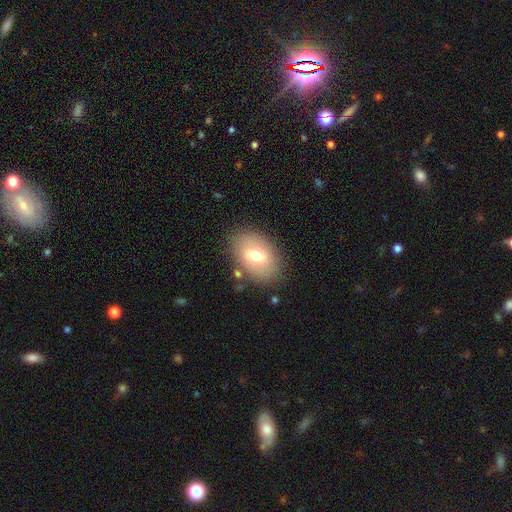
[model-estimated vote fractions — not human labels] Smooth or featured? smooth (66%)
How rounded? in between (86%)
Merging? none (81%)